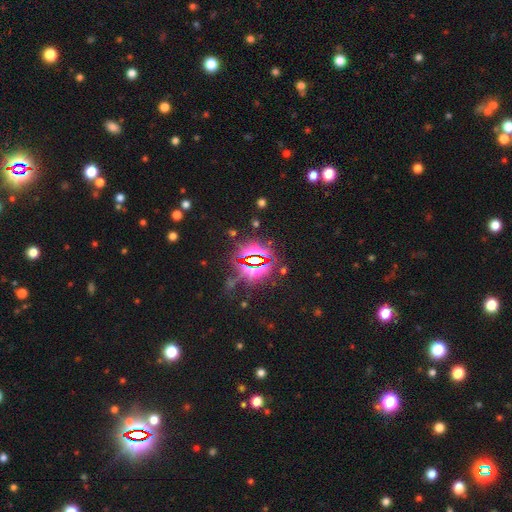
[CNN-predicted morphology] Smooth or featured? star or artifact (82%)